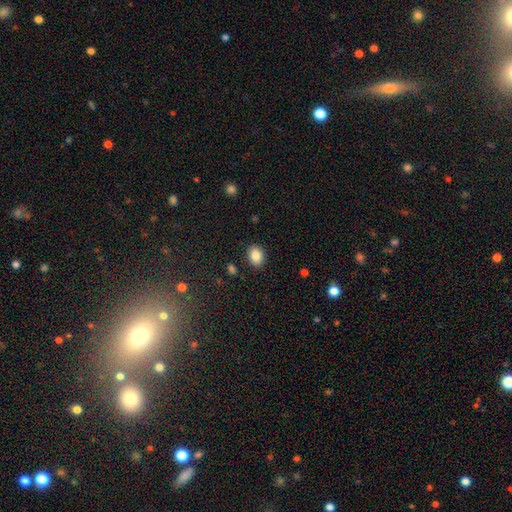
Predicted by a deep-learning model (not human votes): Smooth or featured?
  - smooth: 87% *
  - star or artifact: 8%
  - featured or disk: 5%
How rounded?
  - in between: 66% *
  - round: 33%
  - cigar-shaped: 1%
Merging?
  - none: 88% *
  - minor disturbance: 8%
  - major disturbance: 2%
  - merger: 1%